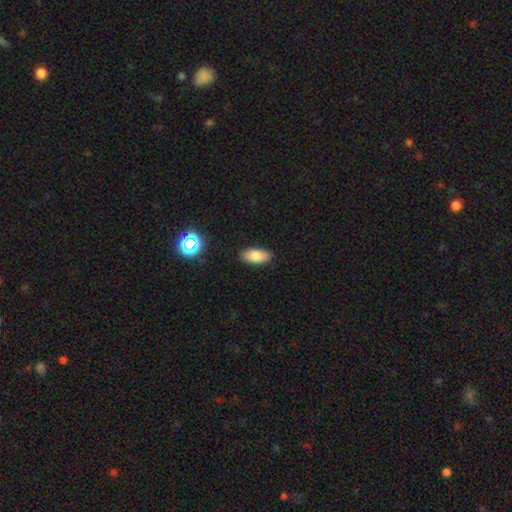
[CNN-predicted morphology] A smooth galaxy with no disk features (83%) that is in between round and cigar-shaped (89%). Merging: none (88%).